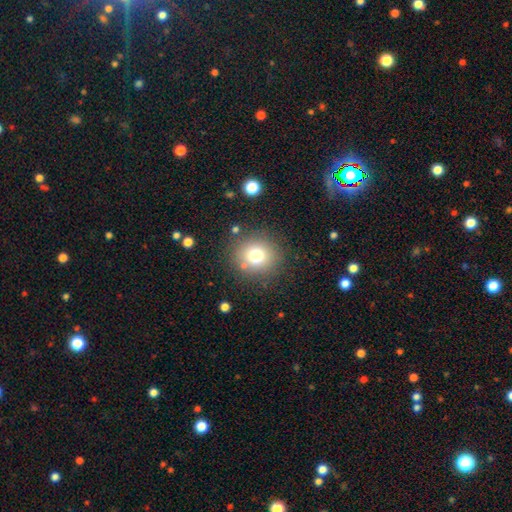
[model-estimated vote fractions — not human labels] Smooth or featured? Predicted: smooth (p=0.74). How rounded? Predicted: round (p=0.89). Merging? Predicted: none (p=0.84).